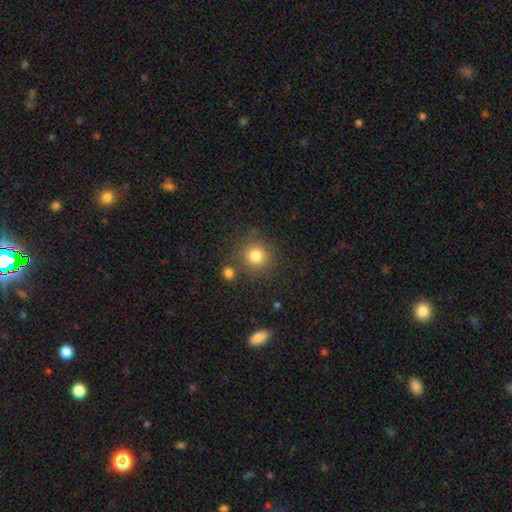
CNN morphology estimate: Smooth or featured? Predicted: smooth (p=0.81). How rounded? Predicted: round (p=0.91). Merging? Predicted: none (p=0.80).